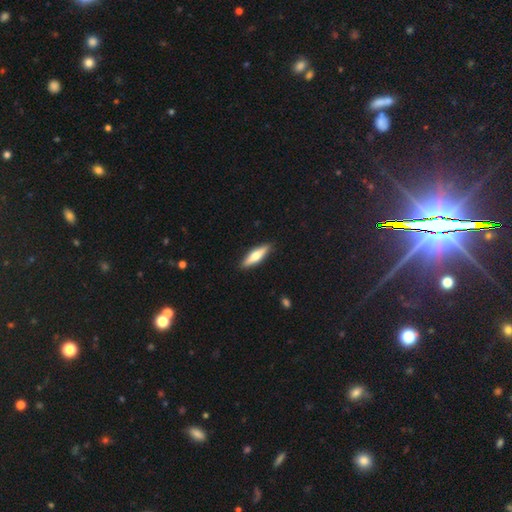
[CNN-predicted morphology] The model was most divided on "smooth or featured": smooth: 54%, featured or disk: 41%, star or artifact: 5%. More confident: merging — none (90%); how rounded — cigar-shaped (70%).